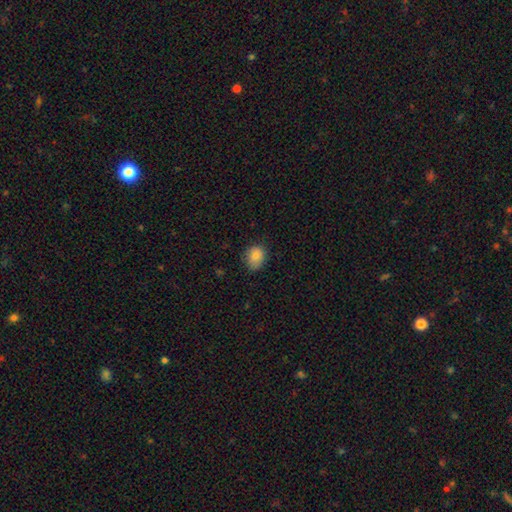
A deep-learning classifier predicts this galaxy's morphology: Smooth or featured?
  - smooth: 84% *
  - star or artifact: 9%
  - featured or disk: 7%
How rounded?
  - round: 54% *
  - in between: 45%
  - cigar-shaped: 1%
Merging?
  - none: 73% *
  - minor disturbance: 22%
  - major disturbance: 4%
  - merger: 1%